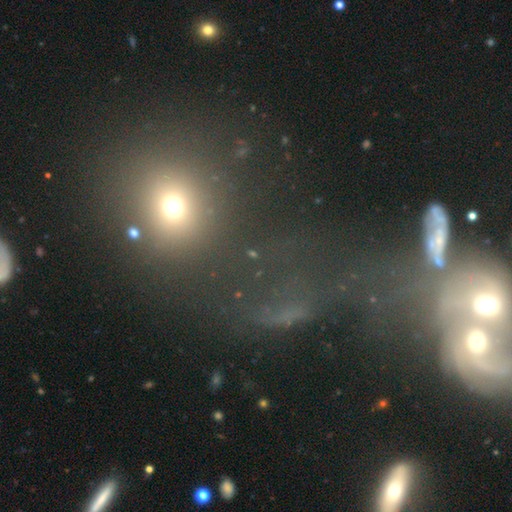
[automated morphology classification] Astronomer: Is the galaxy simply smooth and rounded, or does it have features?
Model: smooth — 48% (runner-up: star or artifact, 28%).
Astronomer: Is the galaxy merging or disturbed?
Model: none — 44% (runner-up: merger, 23%).